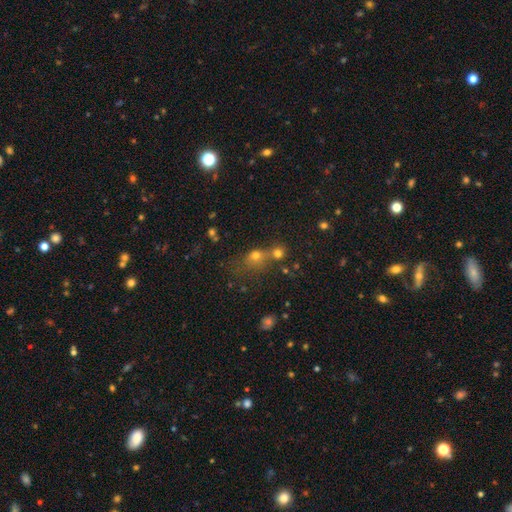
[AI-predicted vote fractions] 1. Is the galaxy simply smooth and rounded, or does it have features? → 69% smooth, 20% star or artifact, 11% featured or disk.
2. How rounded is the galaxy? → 68% round, 30% in between, 2% cigar-shaped.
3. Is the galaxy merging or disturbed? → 41% merger (tied), 41% none (tied), 11% minor disturbance, 8% major disturbance.